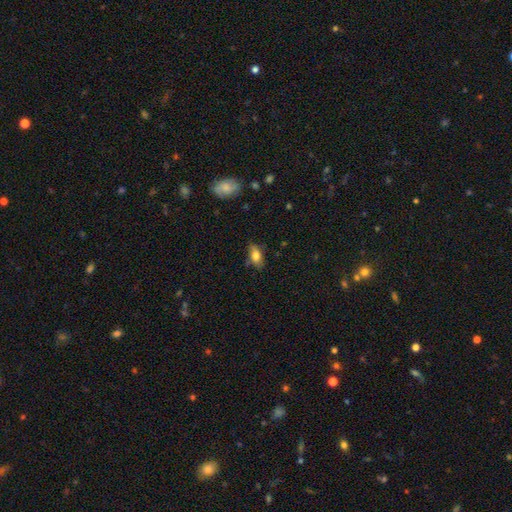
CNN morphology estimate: Smooth or featured? Predicted: smooth (p=0.78). How rounded? Predicted: in between (p=0.86). Merging? Predicted: none (p=0.74).